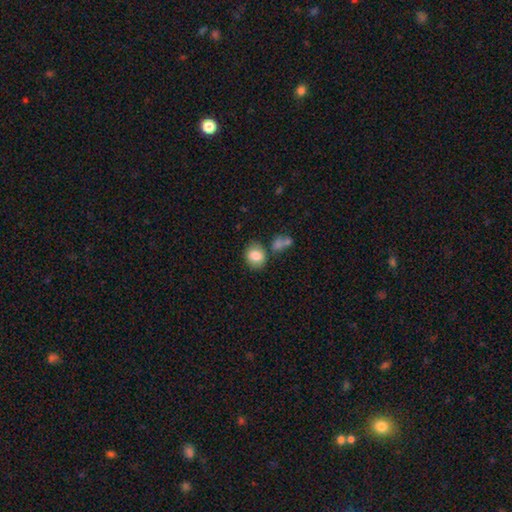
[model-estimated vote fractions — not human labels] Q: Smooth or featured?
A: smooth (82%); runner-up: featured or disk (10%)
Q: How rounded?
A: round (55%); runner-up: in between (44%)
Q: Merging?
A: none (67%); runner-up: minor disturbance (15%)